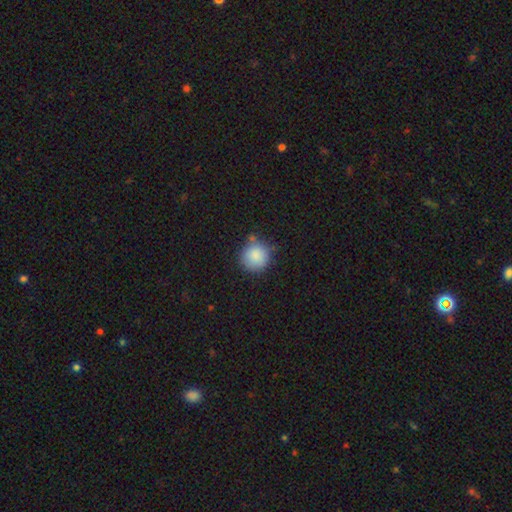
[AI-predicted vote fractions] smooth-or-featured: smooth: 87% | star or artifact: 8% | featured or disk: 5%
  how-rounded: round: 92% | in between: 7% | cigar-shaped: 1%
  merging: none: 72% | minor disturbance: 18% | merger: 6% | major disturbance: 4%